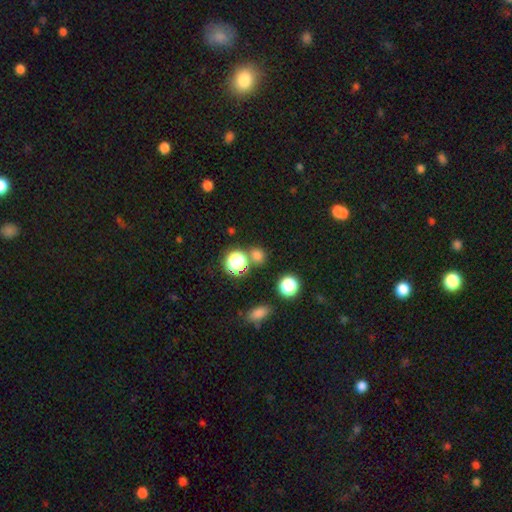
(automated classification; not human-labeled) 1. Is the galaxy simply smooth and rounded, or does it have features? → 50% smooth, 43% star or artifact, 7% featured or disk.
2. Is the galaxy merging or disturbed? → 76% none, 12% merger, 8% minor disturbance, 4% major disturbance.